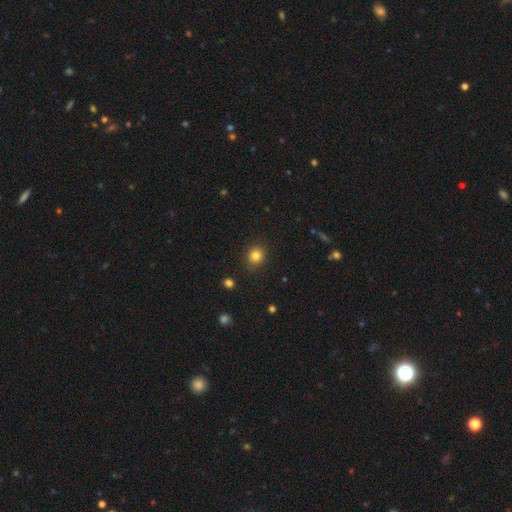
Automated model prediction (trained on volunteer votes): smooth-or-featured: smooth: 83% | star or artifact: 12% | featured or disk: 5%
  how-rounded: round: 82% | in between: 17% | cigar-shaped: 1%
  merging: none: 88% | minor disturbance: 8% | major disturbance: 2% | merger: 1%